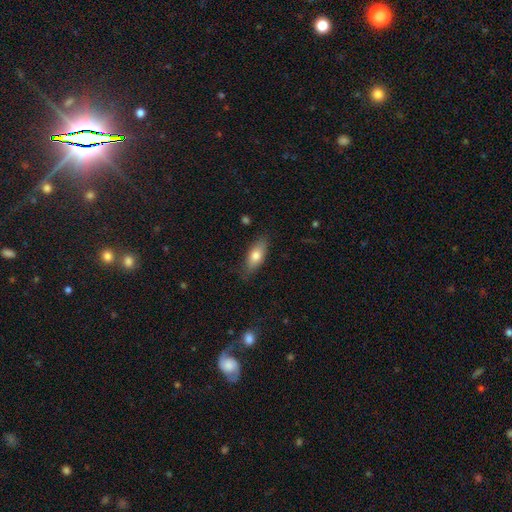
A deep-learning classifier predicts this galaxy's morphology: Smooth or featured? Predicted: smooth (p=0.75). How rounded? Predicted: in between (p=0.79). Merging? Predicted: none (p=0.80).